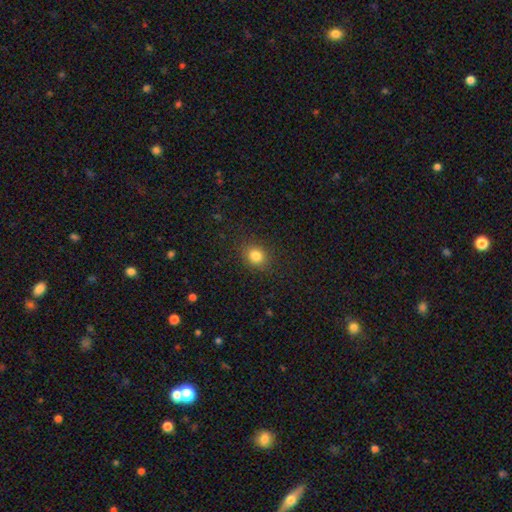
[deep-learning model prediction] Smooth or featured? Predicted: smooth (p=0.83). How rounded? Predicted: round (p=0.65). Merging? Predicted: none (p=0.87).